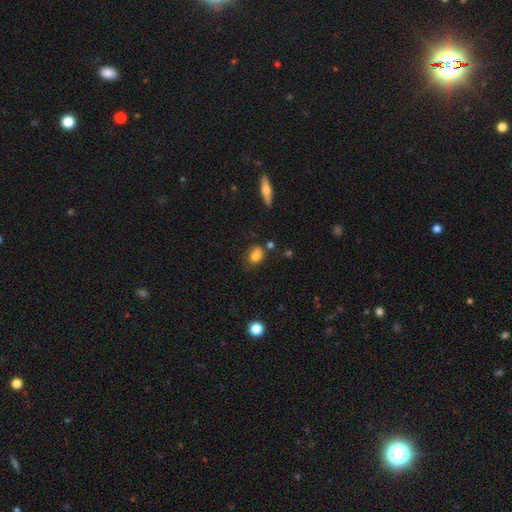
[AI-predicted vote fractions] This is likely a smooth galaxy (77%). How rounded: likely in between (63%). Merging: possibly none (52%).